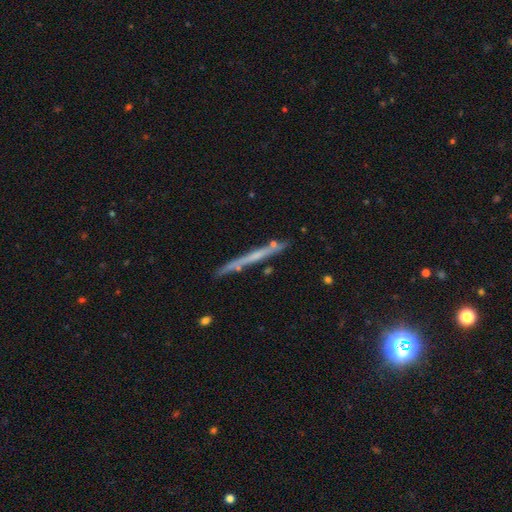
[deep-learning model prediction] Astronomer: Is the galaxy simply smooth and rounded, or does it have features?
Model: featured or disk — 56% (runner-up: smooth, 37%).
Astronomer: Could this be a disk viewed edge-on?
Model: yes — 94%.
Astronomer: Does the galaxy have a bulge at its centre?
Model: none — 86%.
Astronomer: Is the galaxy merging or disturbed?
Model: none — 79%.